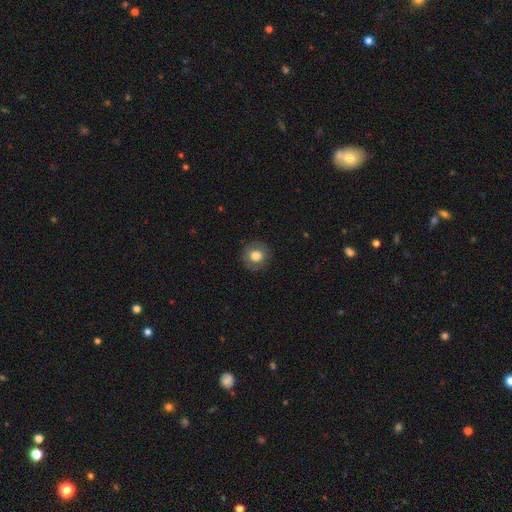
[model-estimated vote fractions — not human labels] Smooth or featured? Predicted: smooth (p=0.75). How rounded? Predicted: round (p=0.91). Merging? Predicted: none (p=0.88).